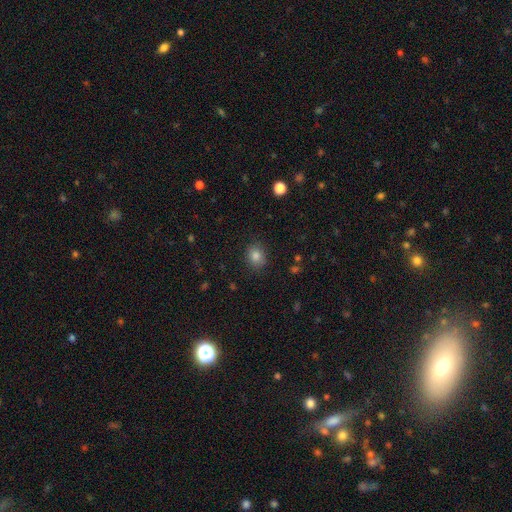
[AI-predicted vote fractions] Smooth or featured? Predicted: smooth (p=0.83). How rounded? Predicted: round (p=0.58). Merging? Predicted: none (p=0.86).